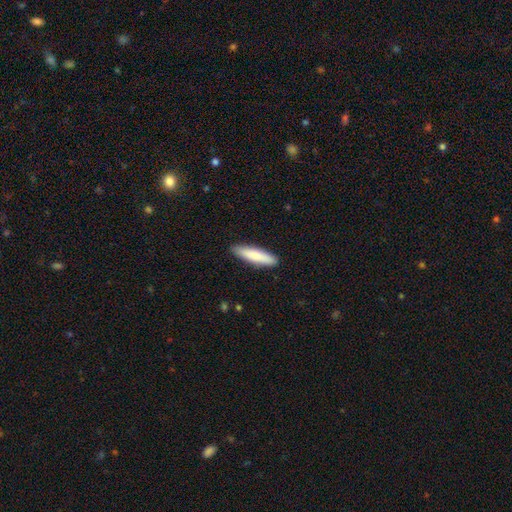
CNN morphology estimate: Smooth or featured? Predicted: smooth (p=0.81). How rounded? Predicted: cigar-shaped (p=0.79). Merging? Predicted: none (p=0.89).